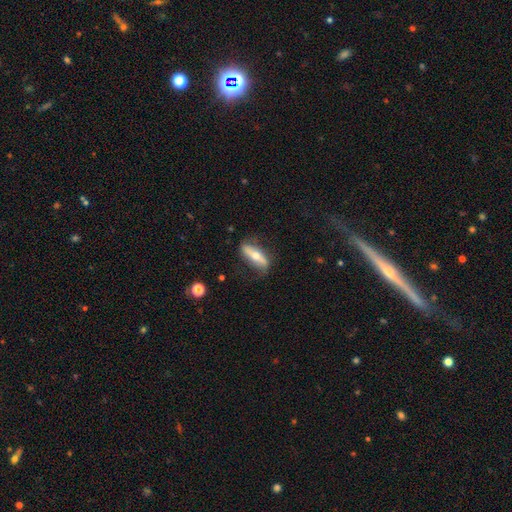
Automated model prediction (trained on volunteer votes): featured or disk 58%, smooth 36%, star or artifact 6%. Down the decision tree: edge-on disk — yes (52%); merging — none (72%).